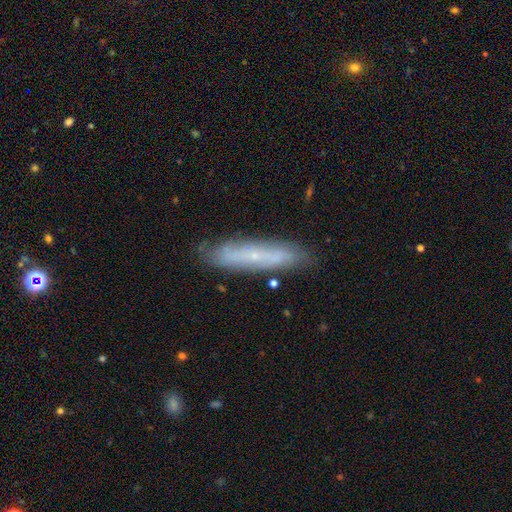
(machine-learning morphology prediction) Smooth or featured? Predicted: featured or disk (p=0.55). Edge-on disk? Predicted: yes (p=0.55). Merging? Predicted: none (p=0.81).